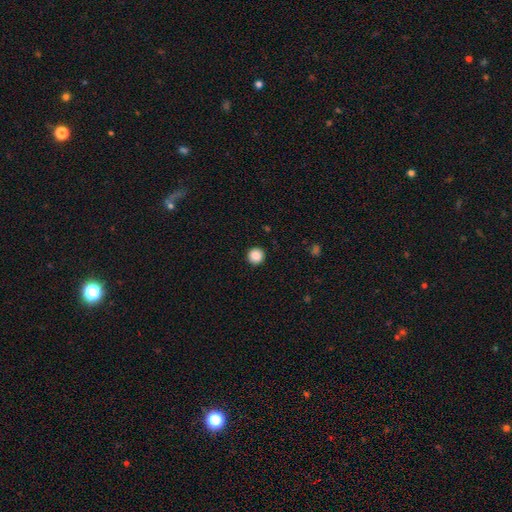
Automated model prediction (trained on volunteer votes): smooth_or_featured: smooth (p=0.87) [alt: star or artifact p=0.09]
how_rounded: round (p=0.96) [alt: in between p=0.03]
merging: none (p=0.93) [alt: minor disturbance p=0.04]